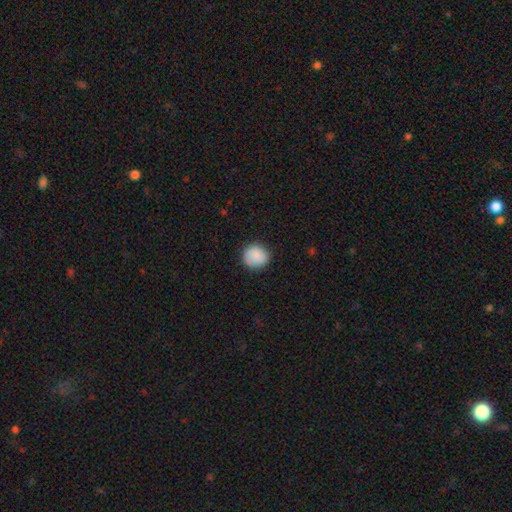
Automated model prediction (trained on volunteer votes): Q: Smooth or featured?
A: smooth (86%); runner-up: star or artifact (7%)
Q: How rounded?
A: round (89%); runner-up: in between (10%)
Q: Merging?
A: none (85%); runner-up: minor disturbance (11%)